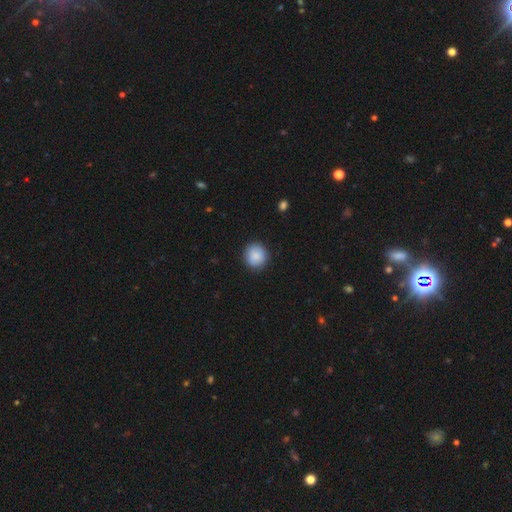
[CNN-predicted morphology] type=smooth (88%); roundness=round (88%); merging=none (88%).